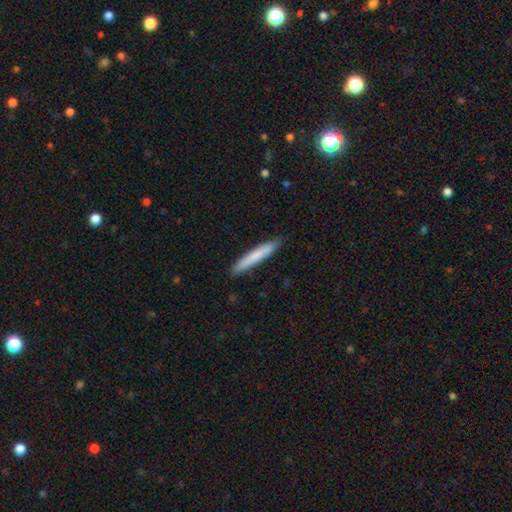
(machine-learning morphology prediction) A smooth galaxy with no disk features (74%) that is cigar-shaped (95%).

Vote fractions:
- Smooth or featured? smooth: 74% / featured or disk: 20% / star or artifact: 5%
- How rounded? cigar-shaped: 95% / in between: 4% / round: 1%
- Merging? none: 89% / minor disturbance: 9% / major disturbance: 1% / merger: 1%